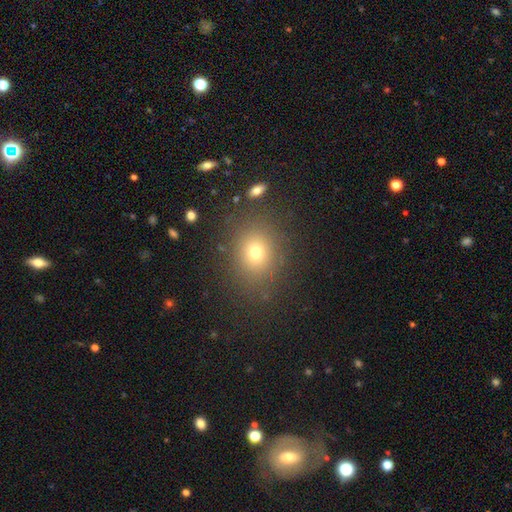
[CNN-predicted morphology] Q: Smooth or featured?
A: smooth (73%); runner-up: star or artifact (17%)
Q: How rounded?
A: round (63%); runner-up: in between (36%)
Q: Merging?
A: none (83%); runner-up: minor disturbance (10%)